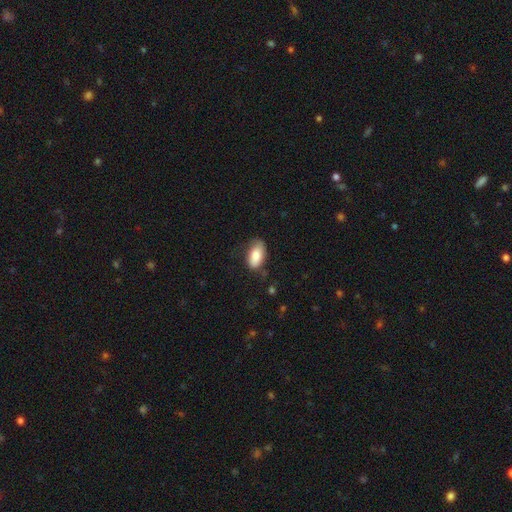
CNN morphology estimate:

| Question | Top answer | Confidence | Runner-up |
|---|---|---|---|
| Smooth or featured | smooth | 82% | featured or disk (11%) |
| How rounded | in between | 93% | round (4%) |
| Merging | none | 65% | minor disturbance (27%) |